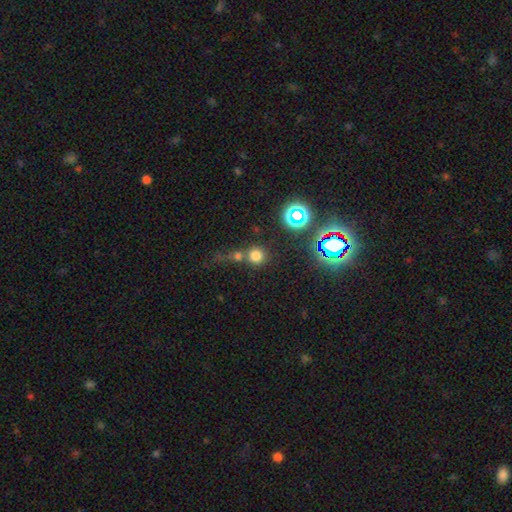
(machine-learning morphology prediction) A smooth galaxy with no disk features (71%) that is round (92%). Merging: none (63%).